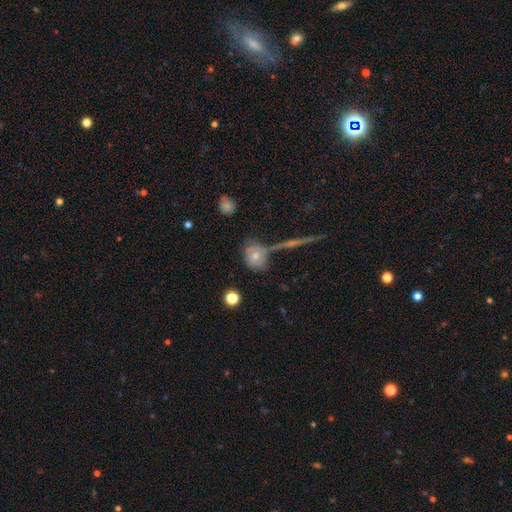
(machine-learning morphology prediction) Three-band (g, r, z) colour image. It shows a smooth galaxy with no disk features (56%) that is round (62%). Merging: none (53%).